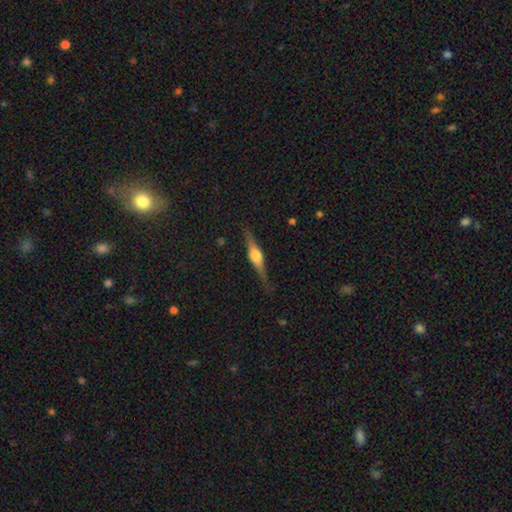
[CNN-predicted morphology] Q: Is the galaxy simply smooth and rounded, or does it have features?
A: featured or disk — 73%.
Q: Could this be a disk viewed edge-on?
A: yes — 97%.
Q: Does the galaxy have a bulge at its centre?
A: rounded — 91%.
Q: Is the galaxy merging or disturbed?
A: none — 86%.